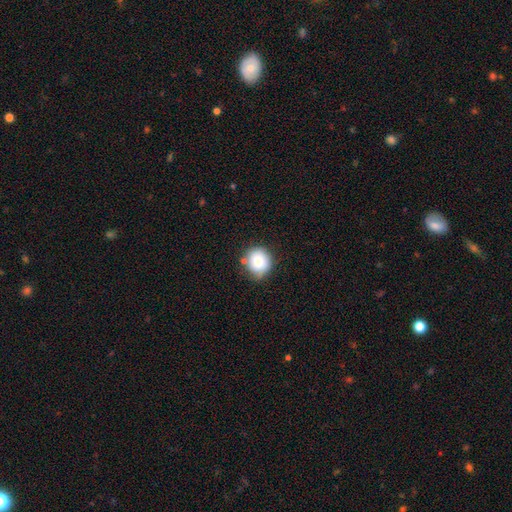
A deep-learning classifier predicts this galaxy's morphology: Overall: smooth (81%). How rounded: round (81%). Merging: none (69%).